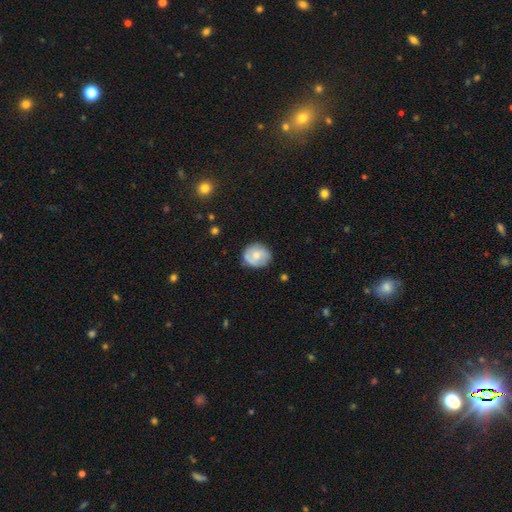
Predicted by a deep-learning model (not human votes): Smooth or featured: smooth — 58% (featured or disk — 35%)
How rounded: round — 78% (in between — 21%)
Merging: none — 77% (minor disturbance — 18%)